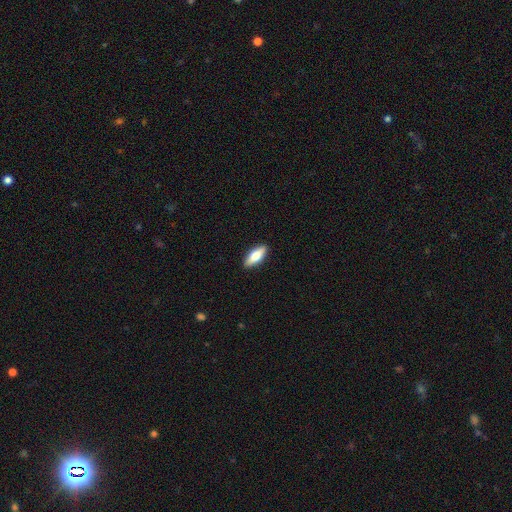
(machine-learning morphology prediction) A smooth galaxy with no disk features (66%) that is in between round and cigar-shaped (68%). Merging: none (90%).